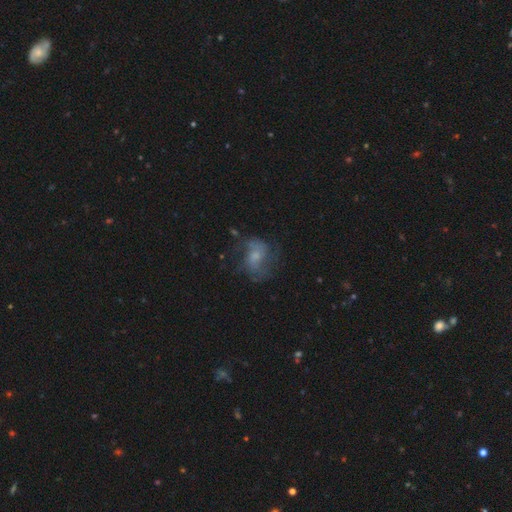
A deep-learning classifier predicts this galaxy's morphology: A featured or disk galaxy (63%) with no bar (56%), 2 (69%) medium (46%) spiral arms (83%) and a moderate central bulge (39%, tied with small). Merging: none (59%).